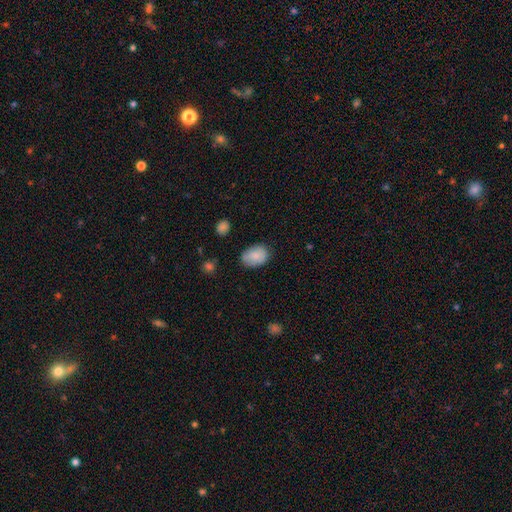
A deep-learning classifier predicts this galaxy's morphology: The model was most divided on "how rounded": in between: 77%, round: 22%, cigar-shaped: 1%. More confident: smooth or featured — smooth (85%); merging — none (77%).